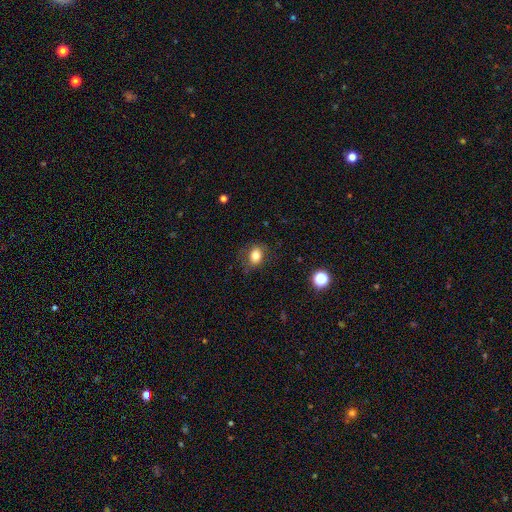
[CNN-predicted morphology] type=smooth (80%); roundness=in between (58%); merging=none (73%).